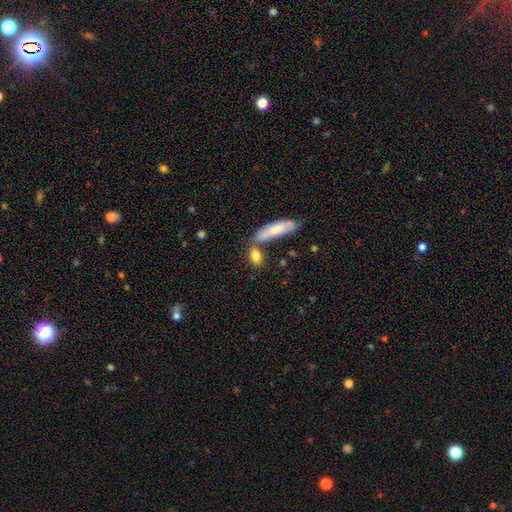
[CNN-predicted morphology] Smooth or featured? Predicted: smooth (p=0.80). How rounded? Predicted: in between (p=0.69). Merging? Predicted: none (p=0.51).